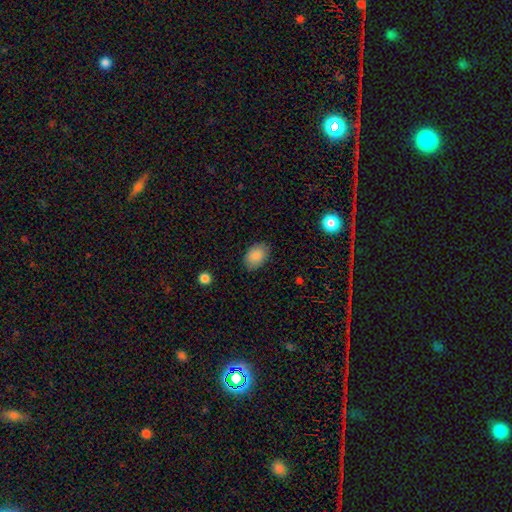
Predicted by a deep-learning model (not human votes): Overall: smooth (88%). How rounded: in between (86%). Merging: none (84%).